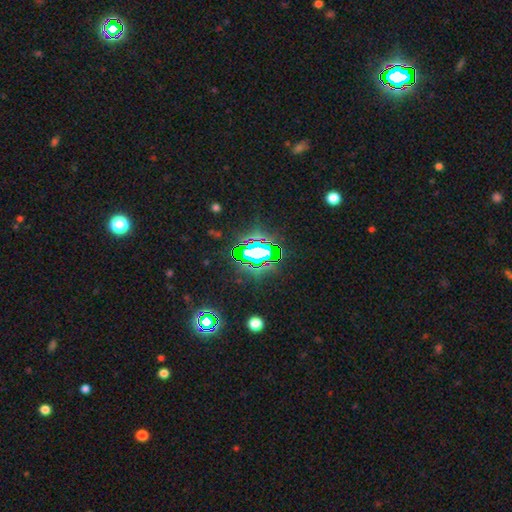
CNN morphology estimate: Smooth or featured? star or artifact (79%)